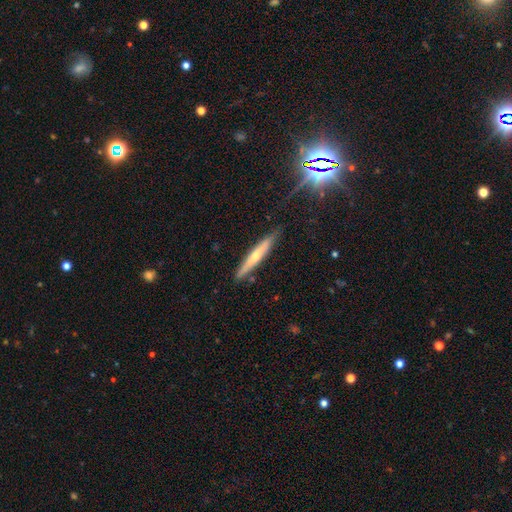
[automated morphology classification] Smooth or featured? featured or disk (49%)
Merging? none (83%)